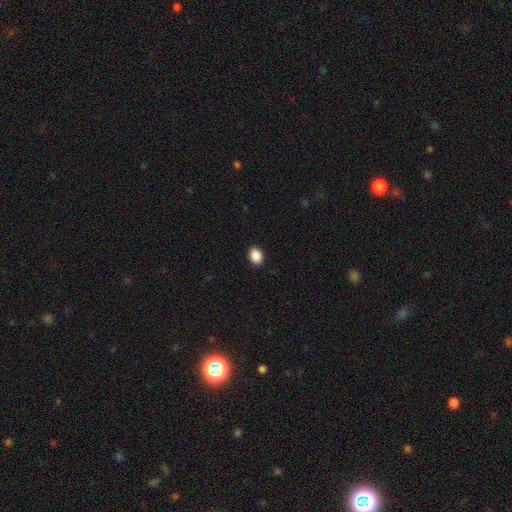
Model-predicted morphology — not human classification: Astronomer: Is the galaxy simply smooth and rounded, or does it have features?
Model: smooth — 89%.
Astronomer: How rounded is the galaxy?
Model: in between — 68%.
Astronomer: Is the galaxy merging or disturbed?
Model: none — 91%.